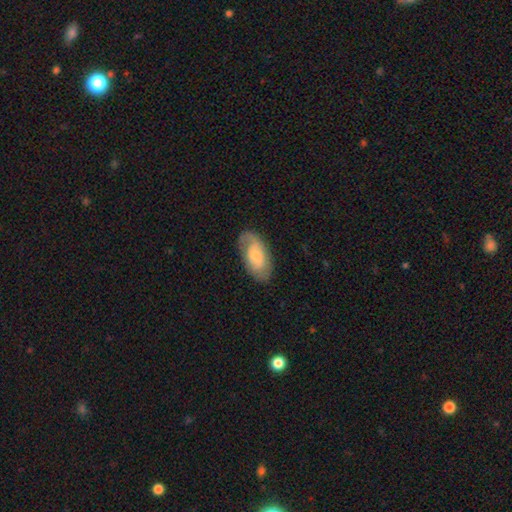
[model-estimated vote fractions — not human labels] Morphology: type=smooth (49%); merging=none (75%).